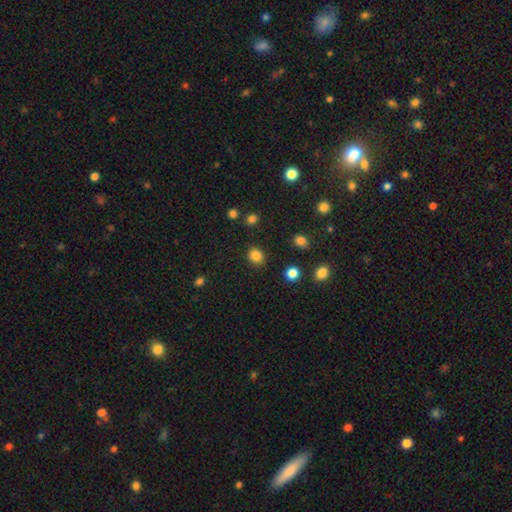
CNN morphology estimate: Smooth or featured? Predicted: smooth (p=0.84). How rounded? Predicted: round (p=0.67). Merging? Predicted: none (p=0.87).